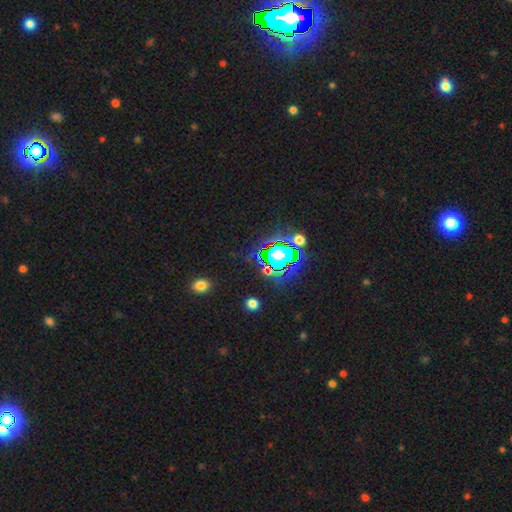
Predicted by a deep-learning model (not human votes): smooth_or_featured: star or artifact (p=0.82) [alt: smooth p=0.11]